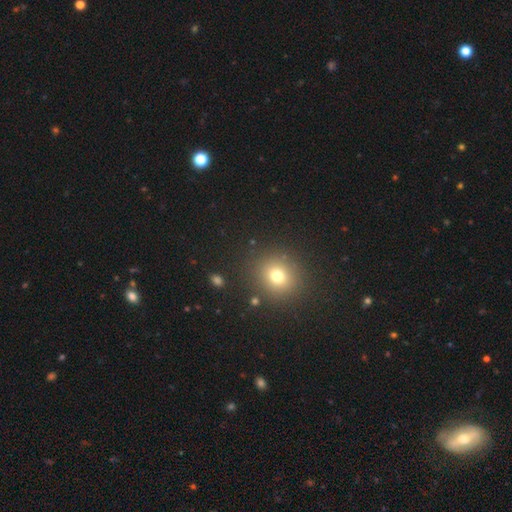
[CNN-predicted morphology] The model was most divided on "smooth or featured": smooth: 63%, star or artifact: 31%, featured or disk: 6%. More confident: merging — none (91%); how rounded — round (88%).